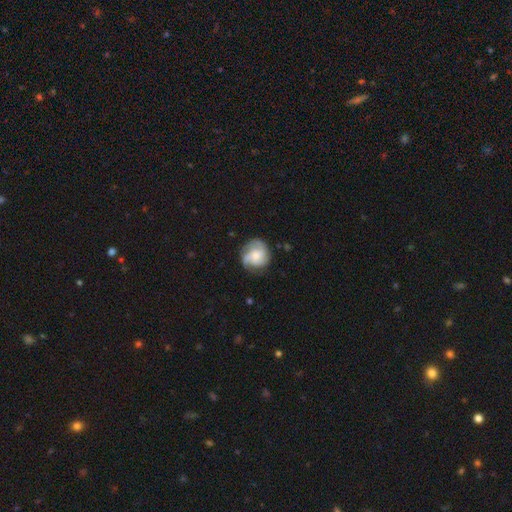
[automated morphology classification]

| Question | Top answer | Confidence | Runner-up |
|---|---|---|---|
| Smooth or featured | featured or disk | 55% | smooth (37%) |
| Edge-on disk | no | 98% | yes (2%) |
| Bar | no | 73% | weak (23%) |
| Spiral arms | yes | 89% | no (11%) |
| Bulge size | moderate | 48% | small (35%) |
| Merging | none | 70% | minor disturbance (20%) |